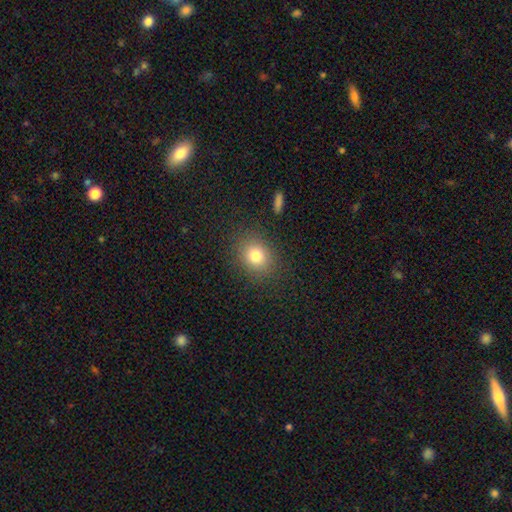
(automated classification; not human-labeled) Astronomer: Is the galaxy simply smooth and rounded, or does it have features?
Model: smooth — 79%.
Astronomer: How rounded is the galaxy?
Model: round — 60% (runner-up: in between, 39%).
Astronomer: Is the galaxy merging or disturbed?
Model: none — 85%.